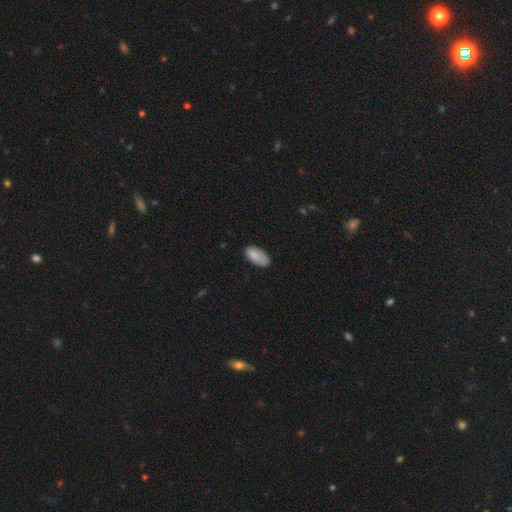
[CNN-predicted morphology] Smooth or featured: smooth — 84% (featured or disk — 9%)
How rounded: in between — 94% (cigar-shaped — 4%)
Merging: none — 67% (minor disturbance — 26%)